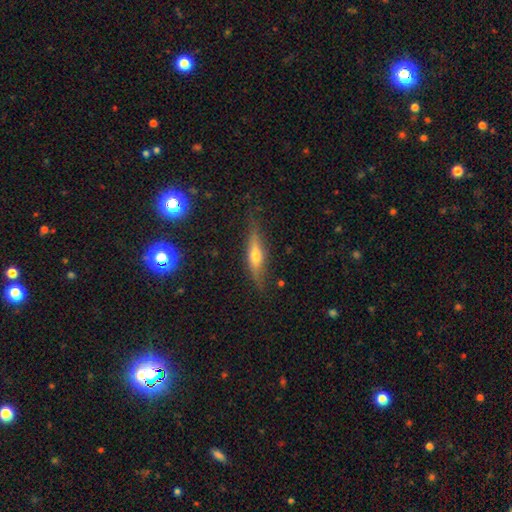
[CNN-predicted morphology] Q: Smooth or featured?
A: featured or disk (53%); runner-up: smooth (38%)
Q: Edge-on disk?
A: yes (90%); runner-up: no (10%)
Q: Merging?
A: none (80%); runner-up: minor disturbance (15%)